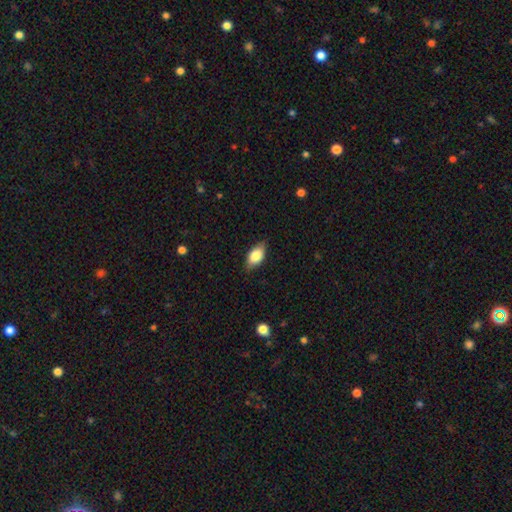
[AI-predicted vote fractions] Overall: smooth (81%). How rounded: in between (91%). Merging: none (82%).